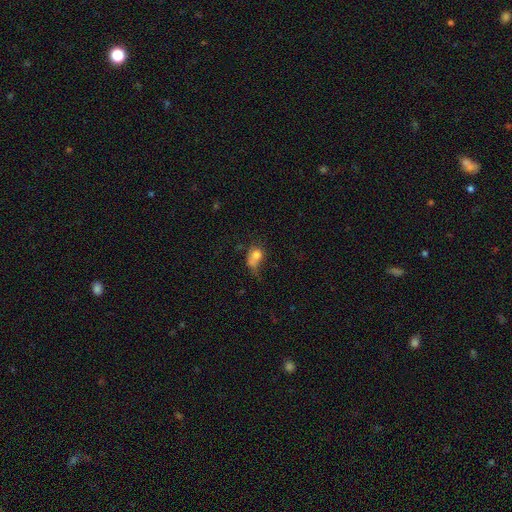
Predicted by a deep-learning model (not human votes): Smooth or featured? smooth (71%)
How rounded? in between (55%)
Merging? major disturbance (35%)